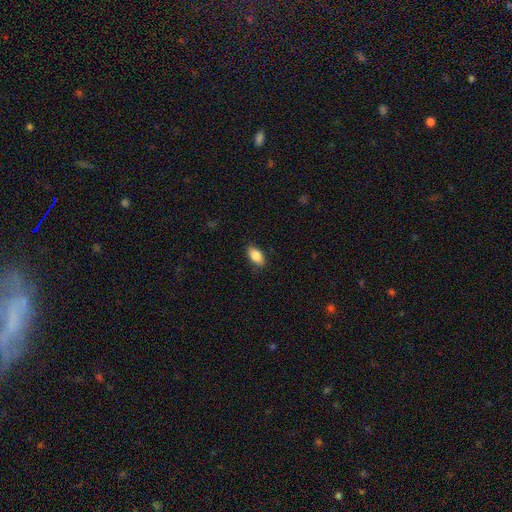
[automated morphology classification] Smooth or featured? smooth (85%)
How rounded? in between (91%)
Merging? none (86%)